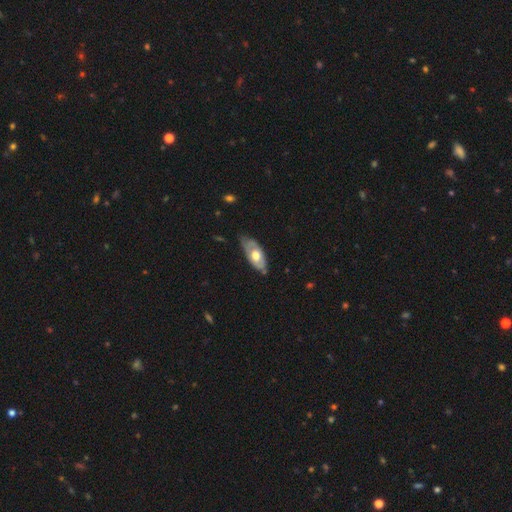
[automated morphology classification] A featured or disk galaxy (50%).

Vote fractions:
- Smooth or featured? featured or disk: 50% / smooth: 45% / star or artifact: 5%
- Merging? none: 62% / minor disturbance: 30% / major disturbance: 6% / merger: 2%